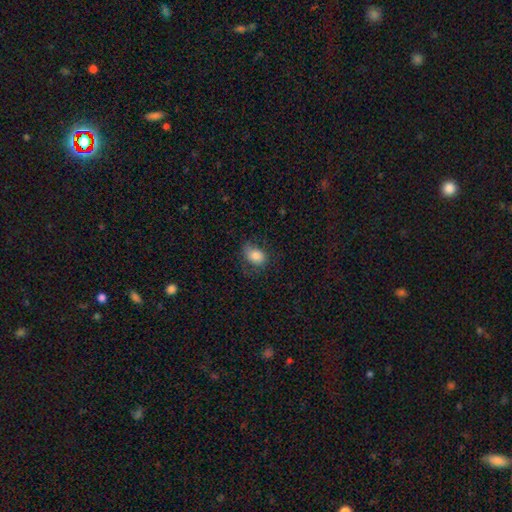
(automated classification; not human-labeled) smooth_or_featured: smooth (p=0.79) [alt: featured or disk p=0.12]
how_rounded: in between (p=0.74) [alt: round p=0.25]
merging: none (p=0.63) [alt: minor disturbance p=0.24]